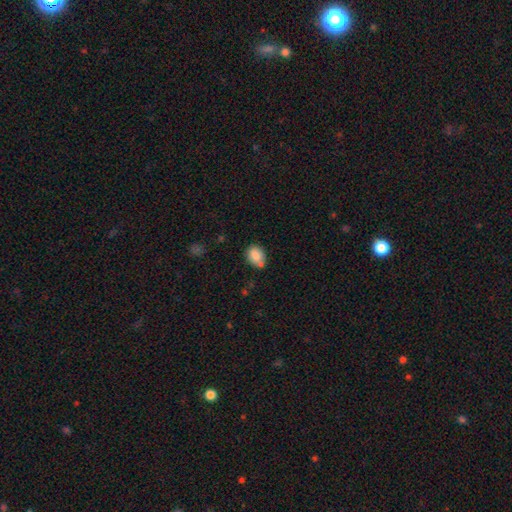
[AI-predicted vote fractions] Smooth or featured? Predicted: smooth (p=0.83). How rounded? Predicted: round (p=0.52). Merging? Predicted: none (p=0.65).